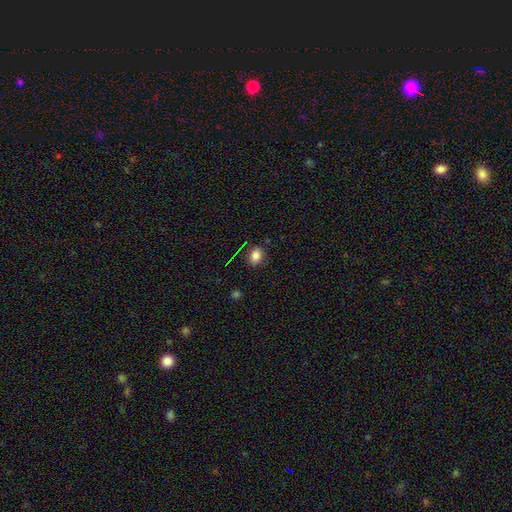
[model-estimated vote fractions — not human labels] This is clearly a smooth galaxy (80%). How rounded: likely in between (65%). Merging: likely none (80%).